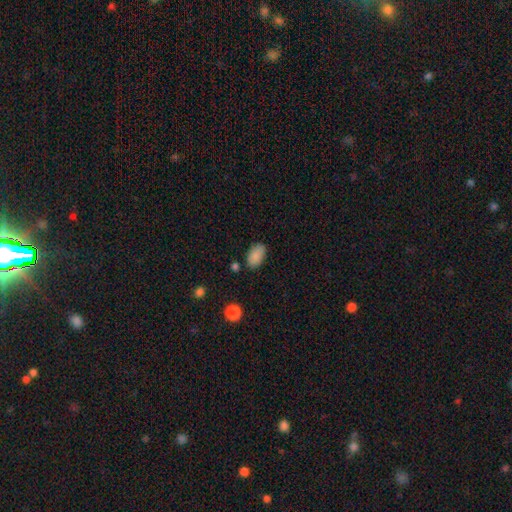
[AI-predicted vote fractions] This appears to be a smooth galaxy with no disk features (87%) that is in between round and cigar-shaped (93%). Merging: none (80%).